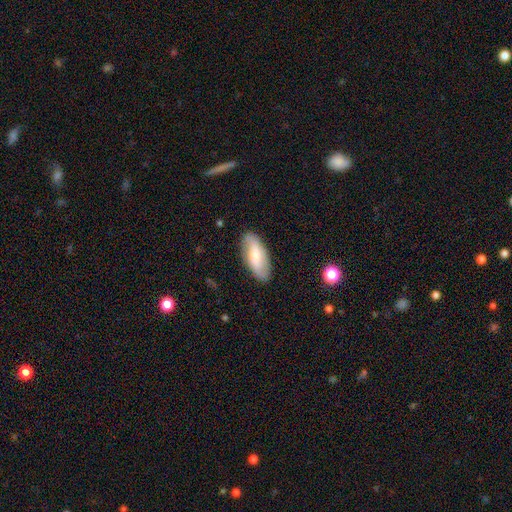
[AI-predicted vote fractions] Smooth or featured? smooth (54%)
How rounded? in between (81%)
Merging? none (86%)